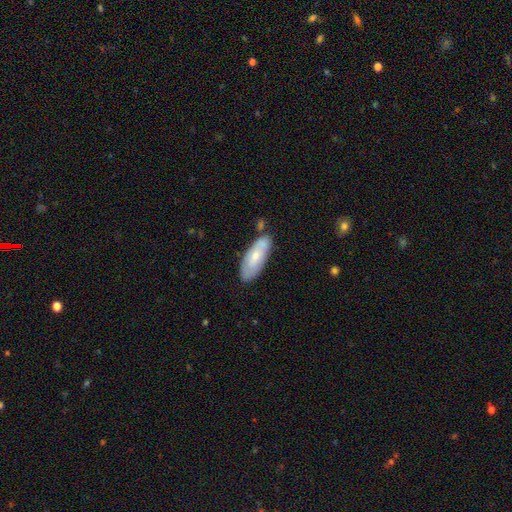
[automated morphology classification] type=smooth (59%); roundness=in between (76%); merging=none (72%).